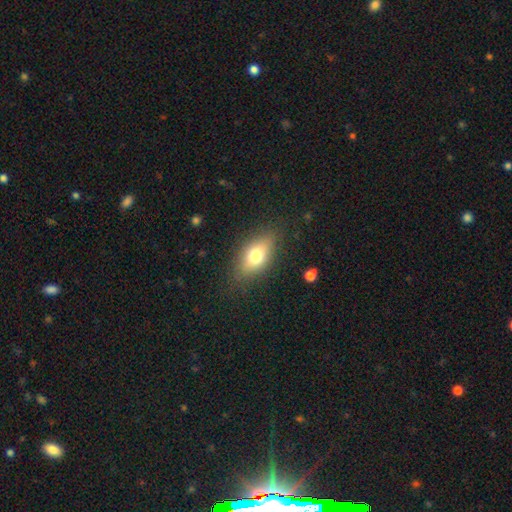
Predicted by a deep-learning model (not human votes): The model was most divided on "smooth or featured": smooth: 72%, featured or disk: 19%, star or artifact: 9%. More confident: how rounded — in between (84%); merging — none (81%).